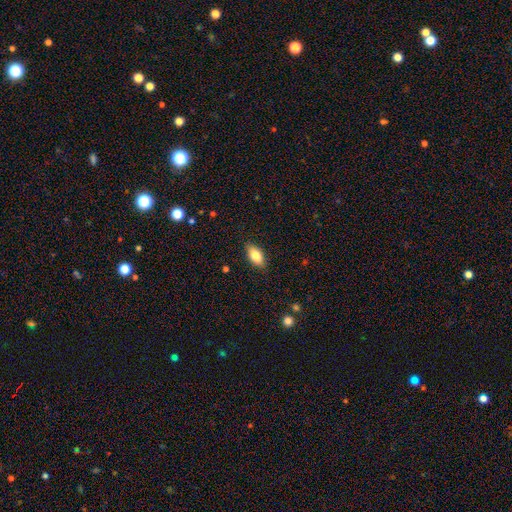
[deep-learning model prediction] A smooth galaxy with no disk features (83%) that is in between round and cigar-shaped (91%). Merging: none (87%).